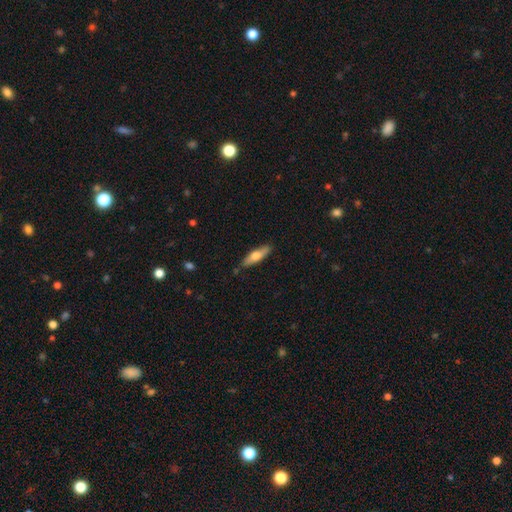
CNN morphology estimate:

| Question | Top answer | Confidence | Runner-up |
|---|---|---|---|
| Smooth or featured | smooth | 59% | featured or disk (36%) |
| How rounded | cigar-shaped | 66% | in between (32%) |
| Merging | none | 85% | minor disturbance (11%) |